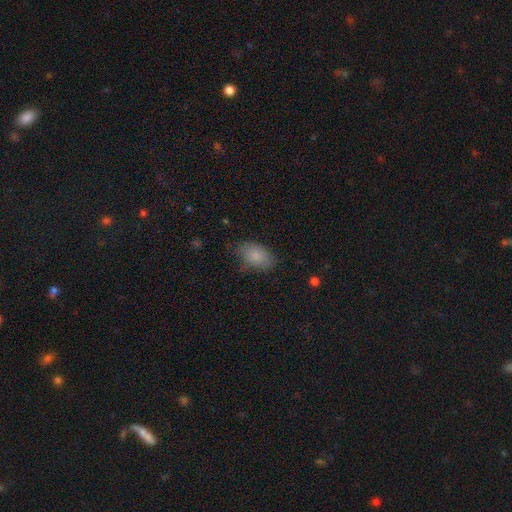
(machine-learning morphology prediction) This appears to be a smooth galaxy with no disk features (85%) that is in between round and cigar-shaped (91%). Merging: none (73%).